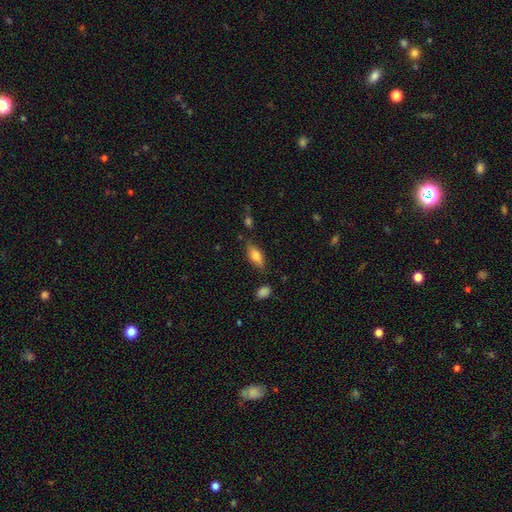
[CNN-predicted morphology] Smooth or featured: smooth — 70% (featured or disk — 23%)
How rounded: in between — 79% (cigar-shaped — 18%)
Merging: none — 76% (minor disturbance — 17%)